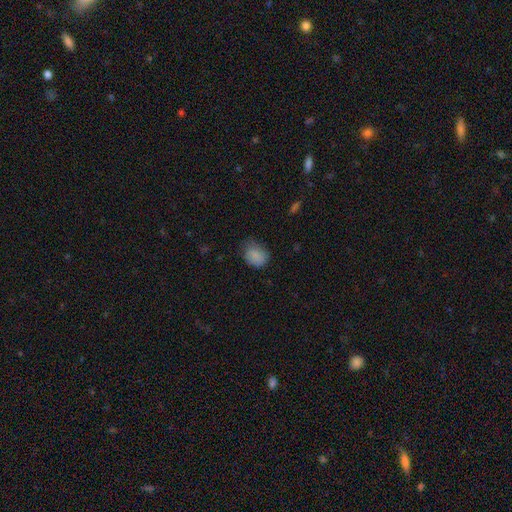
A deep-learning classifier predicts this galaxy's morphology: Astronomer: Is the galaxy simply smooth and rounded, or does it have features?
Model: smooth — 85%.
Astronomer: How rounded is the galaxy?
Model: in between — 58% (runner-up: round, 41%).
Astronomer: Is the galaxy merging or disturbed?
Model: none — 52% (runner-up: minor disturbance, 36%).